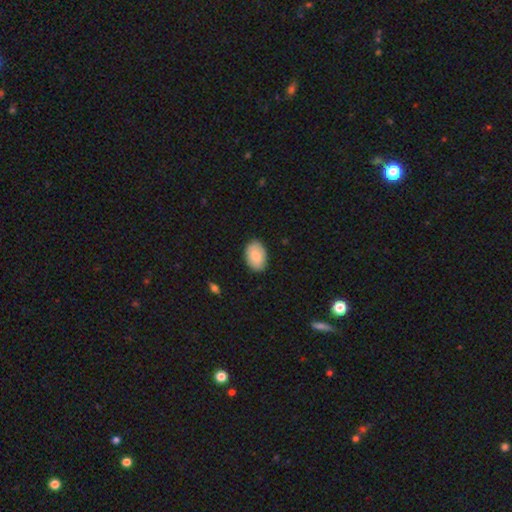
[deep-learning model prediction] Smooth or featured? Predicted: smooth (p=0.79). How rounded? Predicted: in between (p=0.87). Merging? Predicted: none (p=0.87).